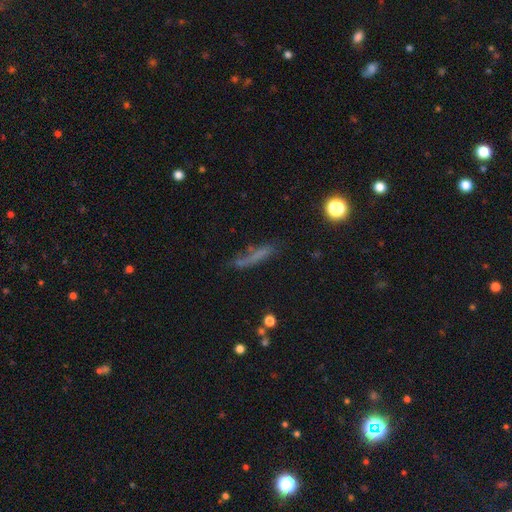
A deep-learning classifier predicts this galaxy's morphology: A smooth galaxy with no disk features (57%) that is cigar-shaped (79%).

Vote fractions:
- Smooth or featured? smooth: 57% / featured or disk: 27% / star or artifact: 16%
- How rounded? cigar-shaped: 79% / in between: 17% / round: 4%
- Merging? none: 57% / minor disturbance: 24% / major disturbance: 14% / merger: 6%